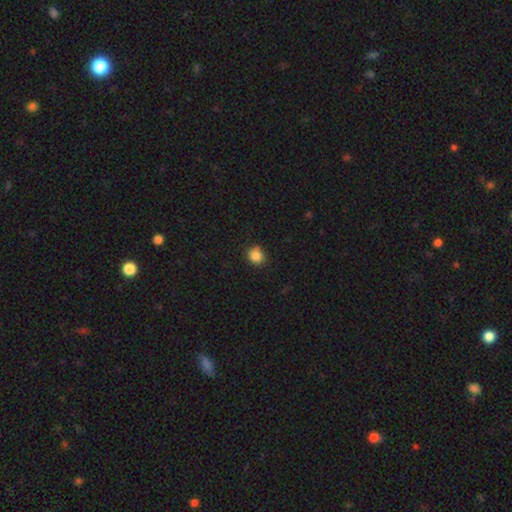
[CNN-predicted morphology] A smooth galaxy with no disk features (85%) that is round (81%).

Vote fractions:
- Smooth or featured? smooth: 85% / star or artifact: 10% / featured or disk: 4%
- How rounded? round: 81% / in between: 18% / cigar-shaped: 1%
- Merging? none: 79% / minor disturbance: 16% / major disturbance: 3% / merger: 2%